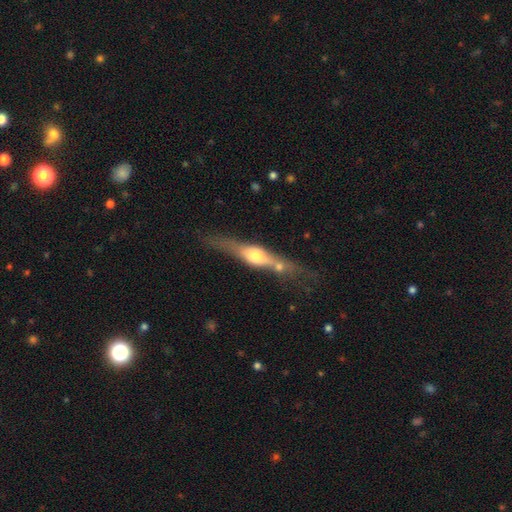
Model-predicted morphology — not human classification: The model was most divided on "smooth or featured": featured or disk: 68%, smooth: 26%, star or artifact: 6%. More confident: edge-on disk — yes (91%); edge-on bulge — rounded (89%); merging — none (60%).